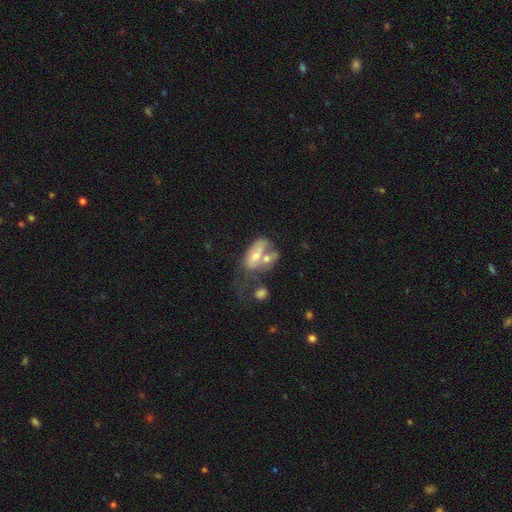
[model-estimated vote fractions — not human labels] smooth_or_featured: smooth (p=0.47) [alt: featured or disk p=0.43]
merging: merger (p=0.50) [alt: major disturbance p=0.21]